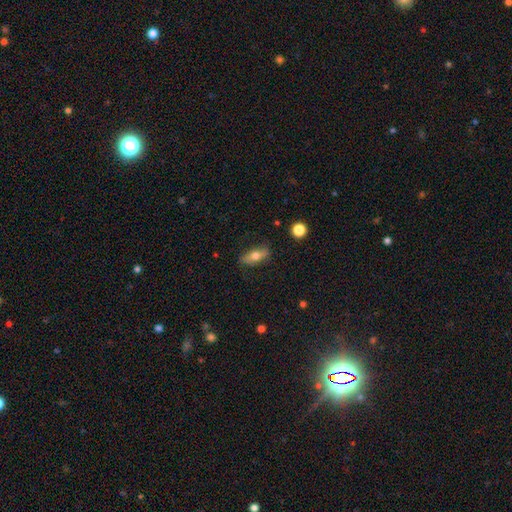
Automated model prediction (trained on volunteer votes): smooth 63%, featured or disk 29%, star or artifact 7%. Down the decision tree: how rounded — in between (70%); merging — none (83%).